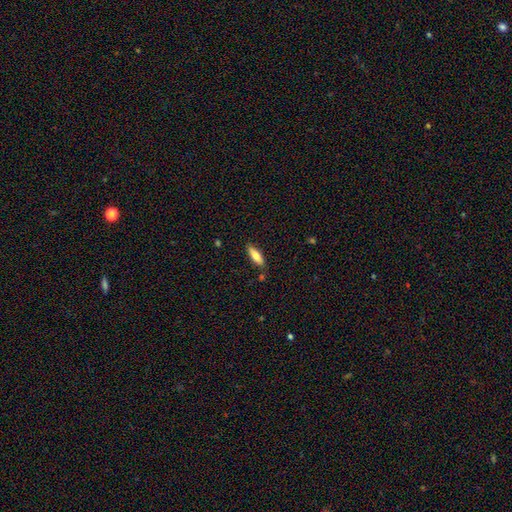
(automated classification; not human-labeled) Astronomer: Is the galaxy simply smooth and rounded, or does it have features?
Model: smooth — 76%.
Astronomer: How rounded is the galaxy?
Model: in between — 52% (runner-up: cigar-shaped, 46%).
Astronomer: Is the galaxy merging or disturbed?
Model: none — 85%.